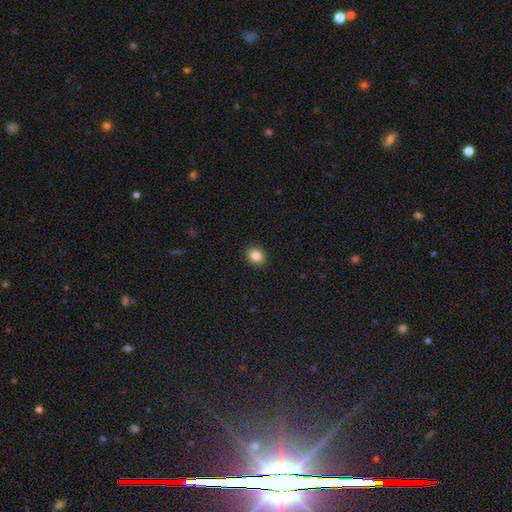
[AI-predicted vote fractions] A smooth galaxy with no disk features (85%) that is round (68%).

Vote fractions:
- Smooth or featured? smooth: 85% / star or artifact: 10% / featured or disk: 5%
- How rounded? round: 68% / in between: 31% / cigar-shaped: 1%
- Merging? none: 91% / minor disturbance: 6% / major disturbance: 2% / merger: 1%